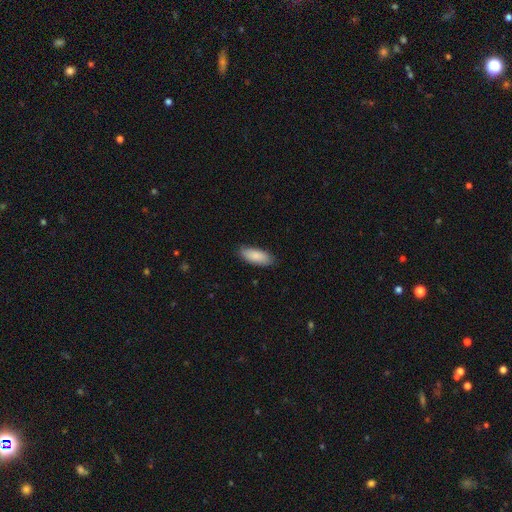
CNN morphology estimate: A smooth galaxy with no disk features (87%) that is in between round and cigar-shaped (78%).

Vote fractions:
- Smooth or featured? smooth: 87% / featured or disk: 8% / star or artifact: 6%
- How rounded? in between: 78% / cigar-shaped: 21% / round: 2%
- Merging? none: 84% / minor disturbance: 12% / major disturbance: 2% / merger: 1%